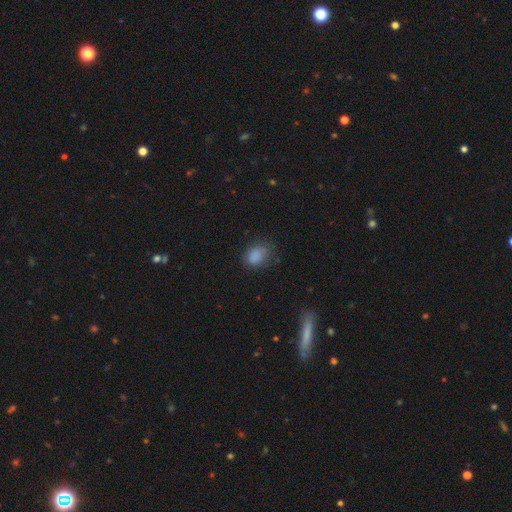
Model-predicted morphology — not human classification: This appears to be a smooth galaxy with no disk features (82%) that is in between round and cigar-shaped (65%). Merging: none (59%).